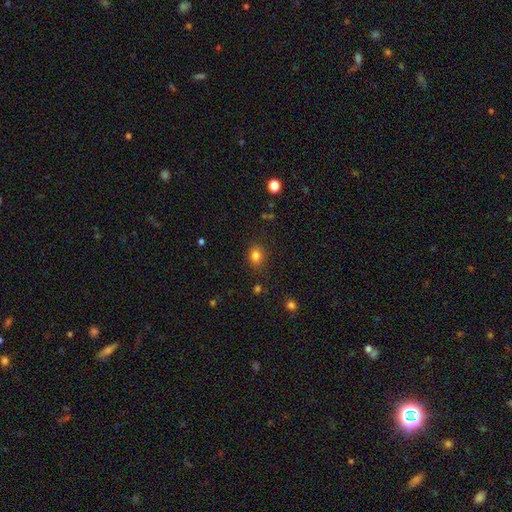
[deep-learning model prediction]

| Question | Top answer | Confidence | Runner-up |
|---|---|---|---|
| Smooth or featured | smooth | 82% | star or artifact (12%) |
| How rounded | round | 52% | in between (47%) |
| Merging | none | 84% | minor disturbance (11%) |